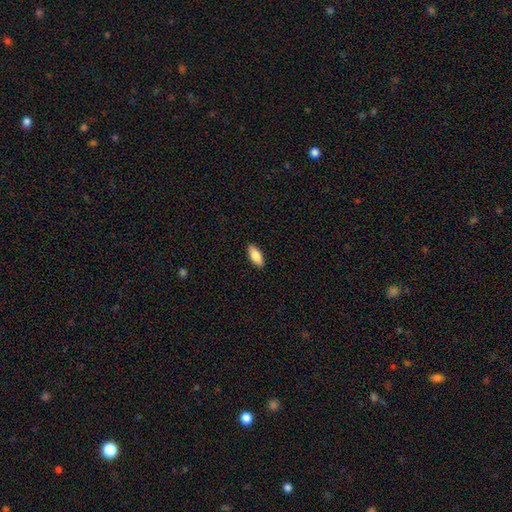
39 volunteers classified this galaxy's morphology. A smooth galaxy with no disk features (92%) that is in between round and cigar-shaped (81%). Merging: none (82%).